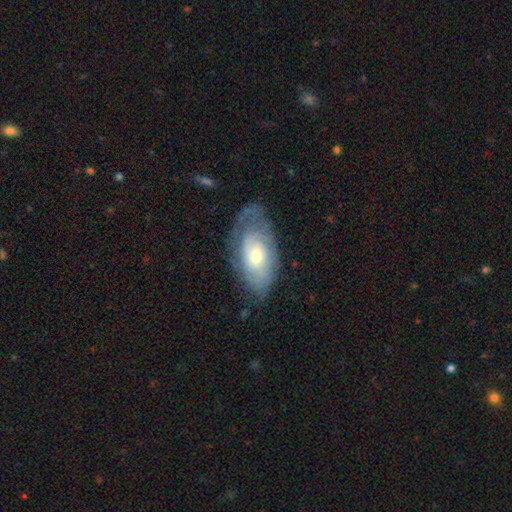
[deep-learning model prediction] Smooth or featured?
  - featured or disk: 63% *
  - smooth: 31%
  - star or artifact: 6%
Edge-on disk?
  - no: 92% *
  - yes: 8%
Bar?
  - no: 73% *
  - weak: 23%
  - strong: 4%
Spiral arms?
  - yes: 79% *
  - no: 21%
Bulge size?
  - moderate: 49% *
  - small: 43%
  - large: 6%
  - none: 2%
  - dominant: 1%
Merging?
  - none: 60% *
  - minor disturbance: 26%
  - major disturbance: 12%
  - merger: 2%